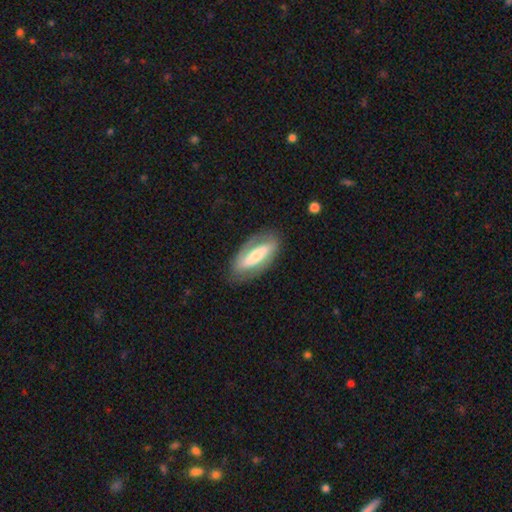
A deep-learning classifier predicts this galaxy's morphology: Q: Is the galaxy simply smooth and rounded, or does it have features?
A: featured or disk — 57%.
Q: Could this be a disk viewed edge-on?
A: no — 79%.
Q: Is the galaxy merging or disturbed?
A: none — 78%.